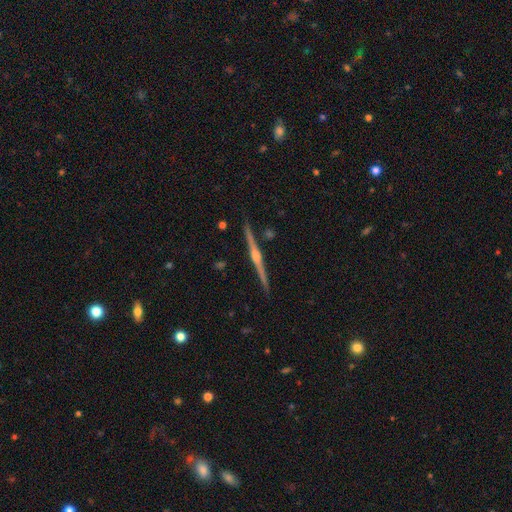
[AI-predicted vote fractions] featured or disk 89%, smooth 6%, star or artifact 5%. Down the decision tree: edge-on disk — yes (99%); edge-on bulge — rounded (89%); merging — none (92%).